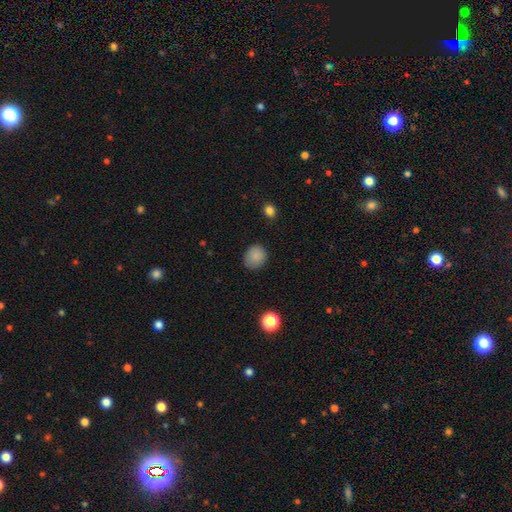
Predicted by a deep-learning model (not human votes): Smooth or featured? Predicted: smooth (p=0.86). How rounded? Predicted: round (p=0.75). Merging? Predicted: none (p=0.82).